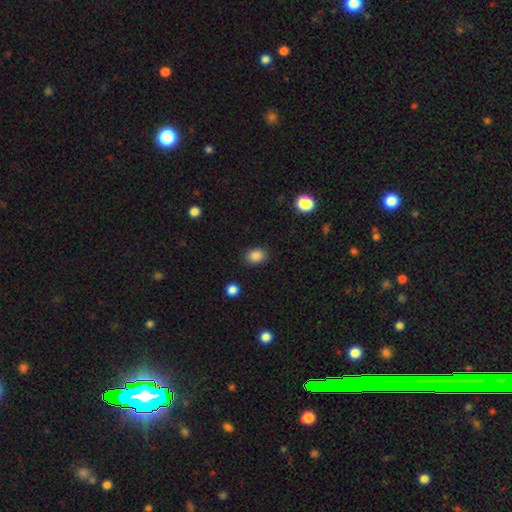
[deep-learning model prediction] The model was most divided on "how rounded": in between: 55%, round: 44%, cigar-shaped: 1%. More confident: merging — none (87%); smooth or featured — smooth (87%).